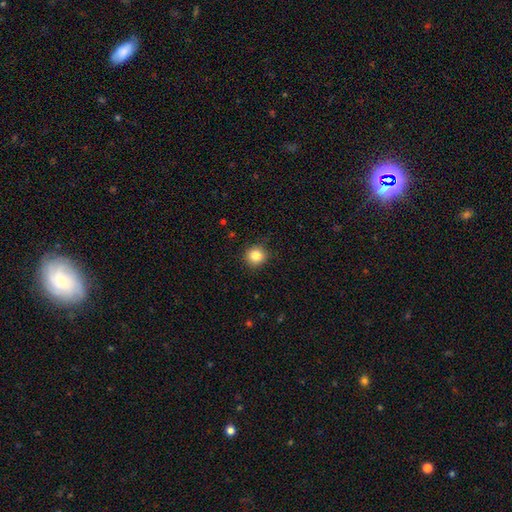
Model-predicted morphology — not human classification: smooth-or-featured: smooth: 86% | star or artifact: 10% | featured or disk: 4%
  how-rounded: round: 92% | in between: 7% | cigar-shaped: 1%
  merging: none: 90% | minor disturbance: 7% | major disturbance: 2% | merger: 1%